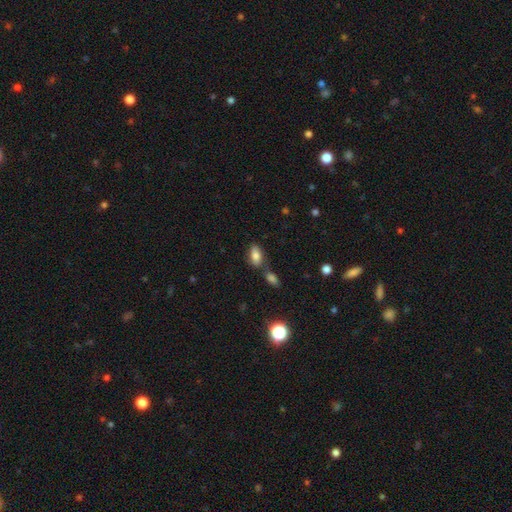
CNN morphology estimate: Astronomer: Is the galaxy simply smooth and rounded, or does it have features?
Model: smooth — 79%.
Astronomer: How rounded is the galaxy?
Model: in between — 90%.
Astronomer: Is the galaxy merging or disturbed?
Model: none — 63%.